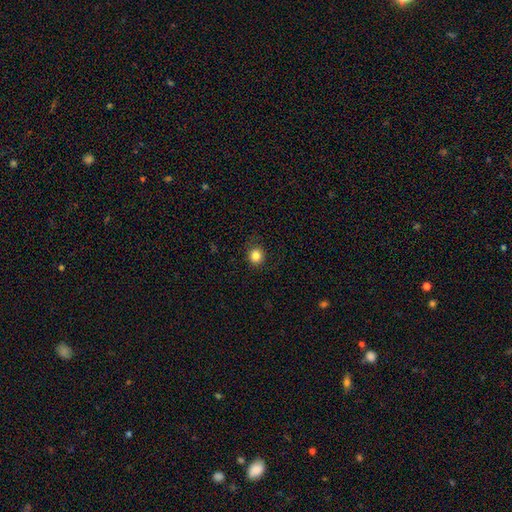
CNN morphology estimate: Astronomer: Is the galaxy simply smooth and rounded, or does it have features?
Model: smooth — 84%.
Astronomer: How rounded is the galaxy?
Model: round — 89%.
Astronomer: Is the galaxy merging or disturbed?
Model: none — 87%.